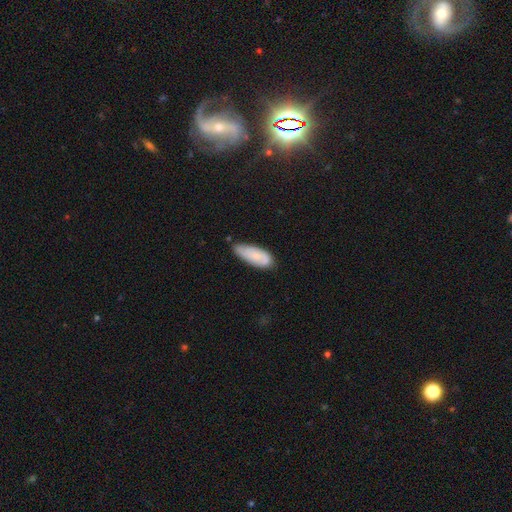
smooth 89%, featured or disk 8%, star or artifact 3%. Down the decision tree: how rounded — in between (64%); merging — minor disturbance (44%).